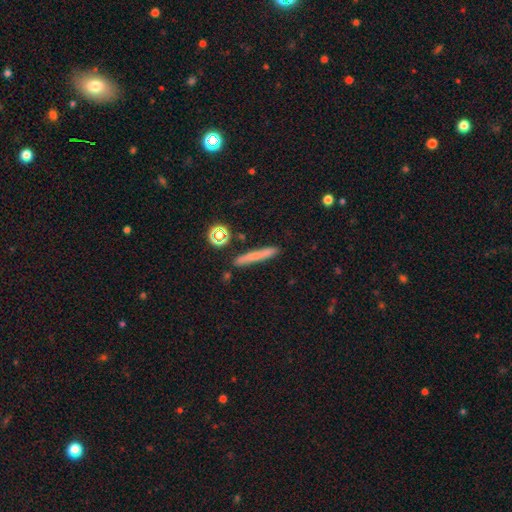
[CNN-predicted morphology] type=smooth (64%); roundness=cigar-shaped (94%); merging=none (84%).